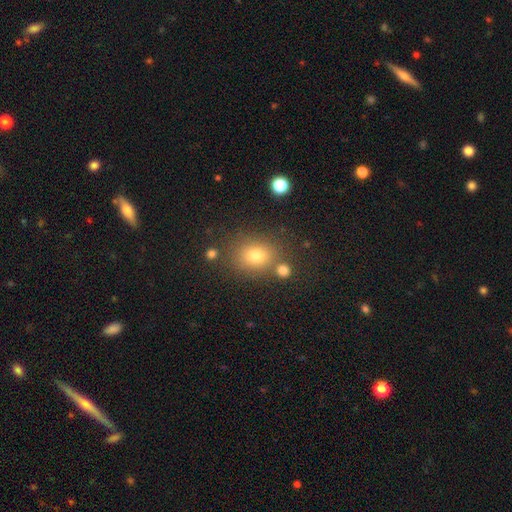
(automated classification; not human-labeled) smooth_or_featured: smooth (p=0.74) [alt: star or artifact p=0.16]
how_rounded: round (p=0.60) [alt: in between p=0.39]
merging: none (p=0.73) [alt: minor disturbance p=0.12]